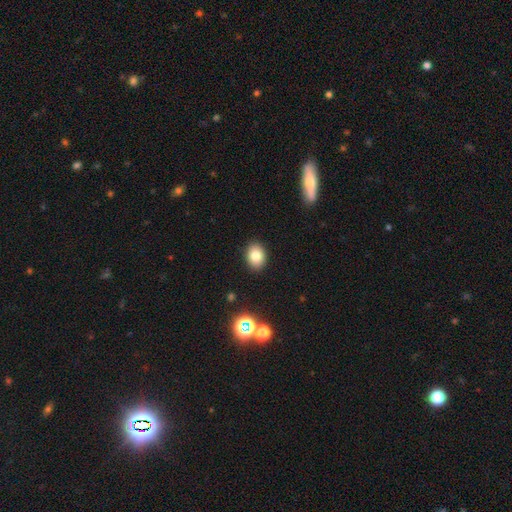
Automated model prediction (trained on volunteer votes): Morphology: type=smooth (81%); roundness=in between (64%); merging=none (89%).